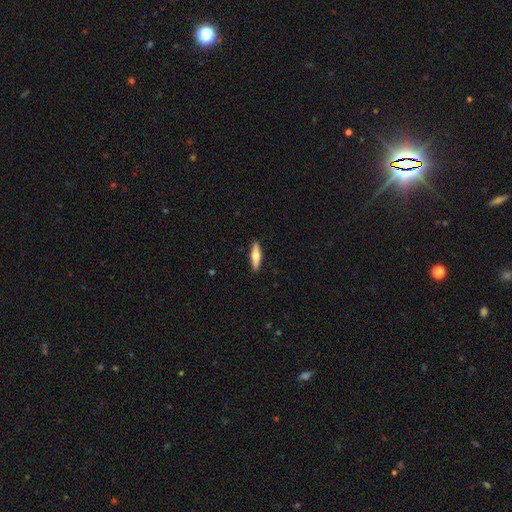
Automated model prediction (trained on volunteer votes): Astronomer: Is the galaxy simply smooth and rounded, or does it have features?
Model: smooth — 57% (runner-up: featured or disk, 38%).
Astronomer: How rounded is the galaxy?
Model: cigar-shaped — 69%.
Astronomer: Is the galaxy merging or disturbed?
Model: none — 90%.